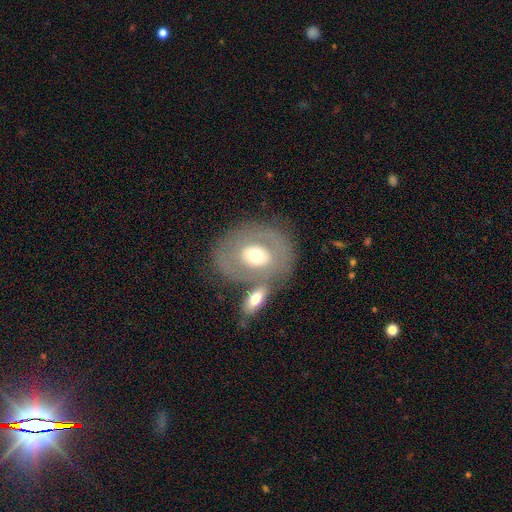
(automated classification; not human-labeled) Smooth or featured?
  - featured or disk: 49% *
  - smooth: 44%
  - star or artifact: 7%
Merging?
  - none: 56% *
  - merger: 24%
  - minor disturbance: 13%
  - major disturbance: 7%